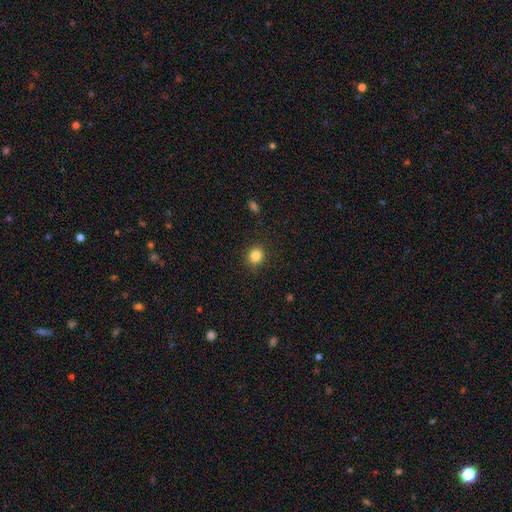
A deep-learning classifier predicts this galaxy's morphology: Smooth or featured? smooth (85%)
How rounded? round (82%)
Merging? none (89%)